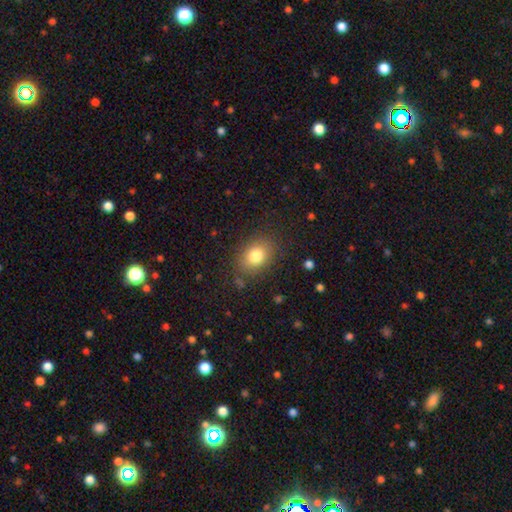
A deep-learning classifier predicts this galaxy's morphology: Overall: smooth (80%). How rounded: in between (69%; round 30%). Merging: none (82%).